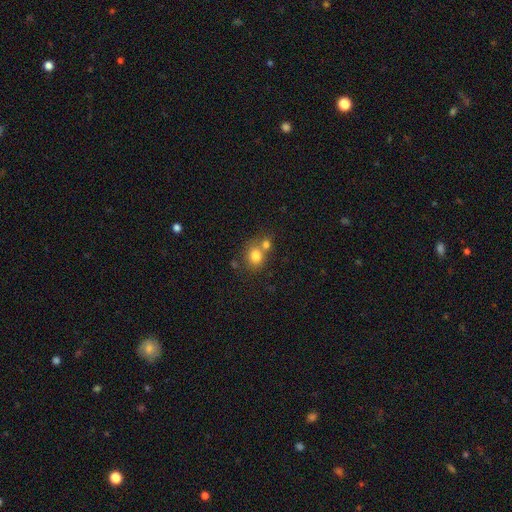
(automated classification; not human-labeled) Overall: smooth (79%). How rounded: round (70%). Merging: none (47%; merger 40%).